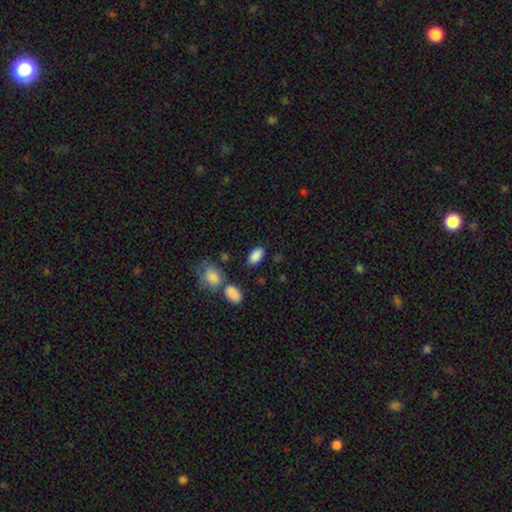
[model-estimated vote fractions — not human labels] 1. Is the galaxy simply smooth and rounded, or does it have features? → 87% smooth, 8% star or artifact, 5% featured or disk.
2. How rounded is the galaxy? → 93% in between, 5% round, 2% cigar-shaped.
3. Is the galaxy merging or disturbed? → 77% none, 13% minor disturbance, 6% merger, 4% major disturbance.